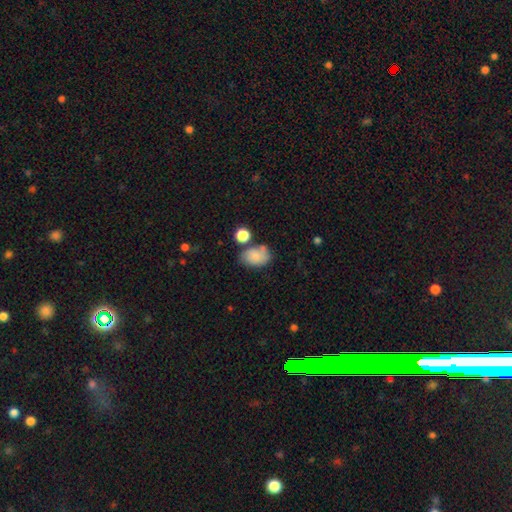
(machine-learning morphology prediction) The model was most divided on "merging": none: 54%, minor disturbance: 22%, merger: 16%, major disturbance: 7%. More confident: how rounded — in between (80%); smooth or featured — smooth (78%).